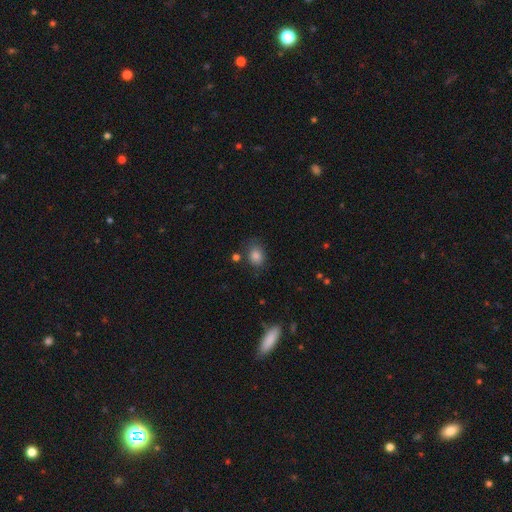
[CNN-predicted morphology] smooth-or-featured: smooth: 83% | star or artifact: 11% | featured or disk: 6%
  how-rounded: in between: 55% | round: 44% | cigar-shaped: 1%
  merging: none: 73% | minor disturbance: 17% | major disturbance: 6% | merger: 4%